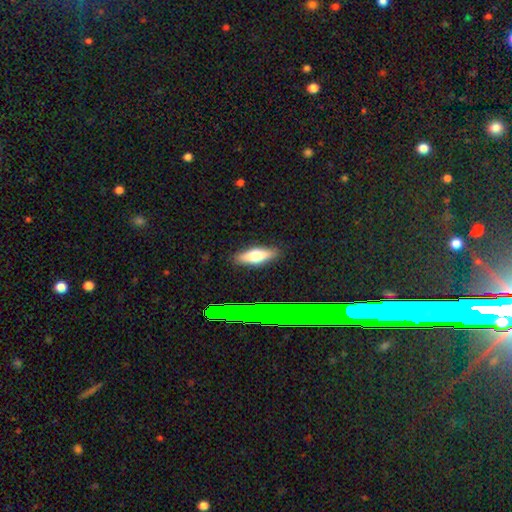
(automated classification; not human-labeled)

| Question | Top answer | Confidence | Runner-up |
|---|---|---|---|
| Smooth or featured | smooth | 60% | featured or disk (32%) |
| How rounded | in between | 55% | cigar-shaped (42%) |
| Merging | none | 87% | minor disturbance (9%) |